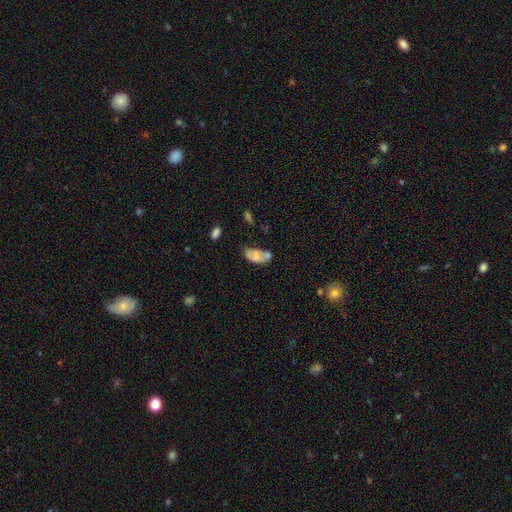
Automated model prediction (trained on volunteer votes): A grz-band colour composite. It shows a smooth galaxy with no disk features (60%) that is in between round and cigar-shaped (92%). Merging: none (36%).